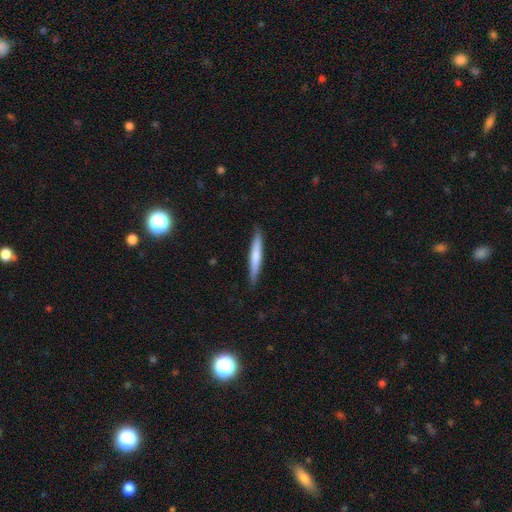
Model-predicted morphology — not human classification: A smooth galaxy with no disk features (66%) that is cigar-shaped (95%).

Vote fractions:
- Smooth or featured? smooth: 66% / featured or disk: 29% / star or artifact: 5%
- How rounded? cigar-shaped: 95% / in between: 4% / round: 1%
- Merging? none: 89% / minor disturbance: 8% / major disturbance: 1% / merger: 1%